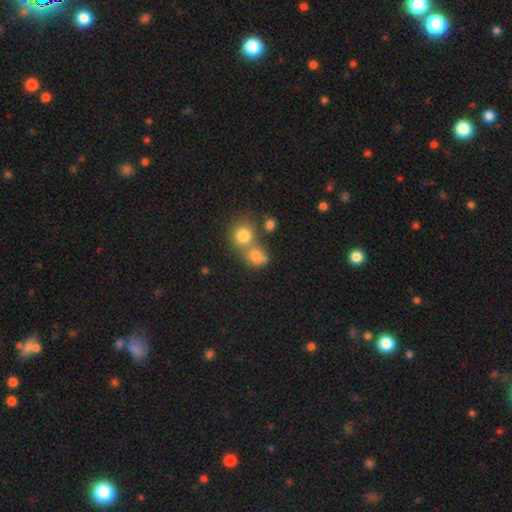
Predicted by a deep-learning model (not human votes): This appears to be a smooth galaxy with no disk features (71%) that is round (71%). Merging: merger (52%).